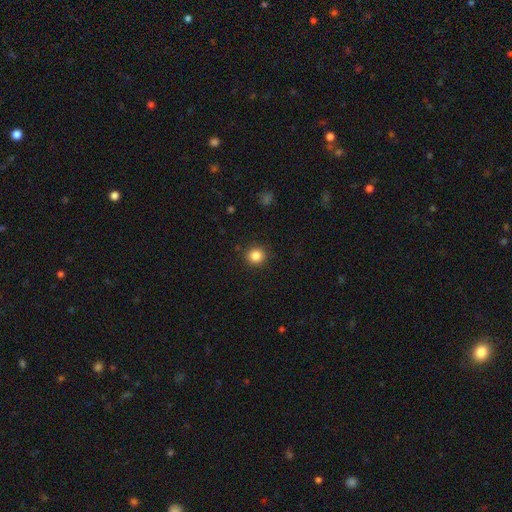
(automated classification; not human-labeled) smooth_or_featured: smooth (p=0.85) [alt: star or artifact p=0.11]
how_rounded: round (p=0.89) [alt: in between p=0.10]
merging: none (p=0.91) [alt: minor disturbance p=0.06]